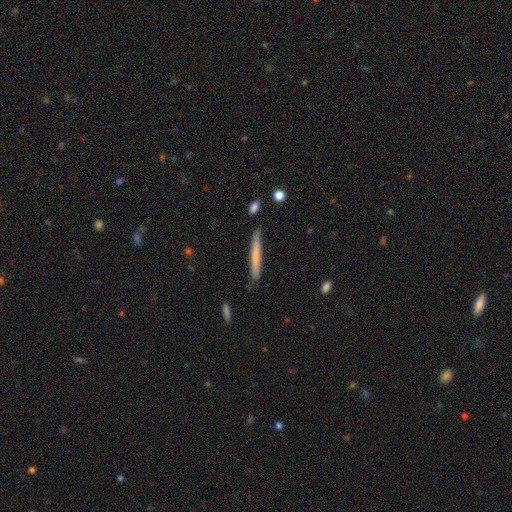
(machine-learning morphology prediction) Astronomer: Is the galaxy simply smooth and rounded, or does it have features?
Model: smooth — 61%.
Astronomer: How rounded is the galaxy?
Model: cigar-shaped — 96%.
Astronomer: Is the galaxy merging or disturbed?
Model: none — 82%.